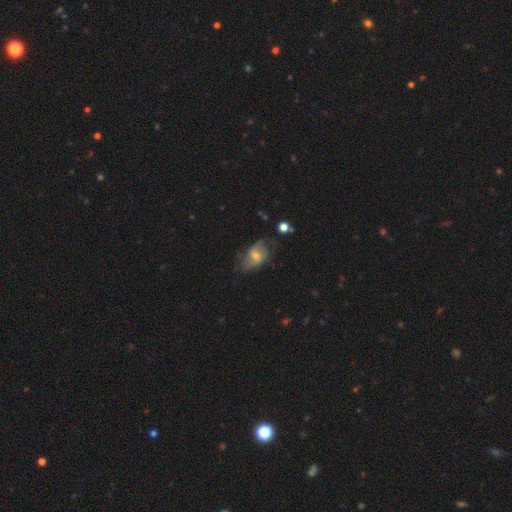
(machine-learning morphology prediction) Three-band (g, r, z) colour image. It shows a featured or disk galaxy (62%) with no bar (46%), spiral arms (81%) and a moderate central bulge (51%). Merging: none (55%).